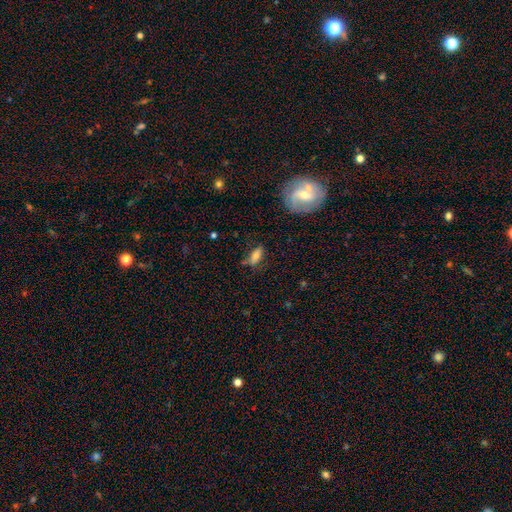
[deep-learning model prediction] This appears to be a smooth galaxy with no disk features (69%) that is in between round and cigar-shaped (77%). Merging: none (64%).